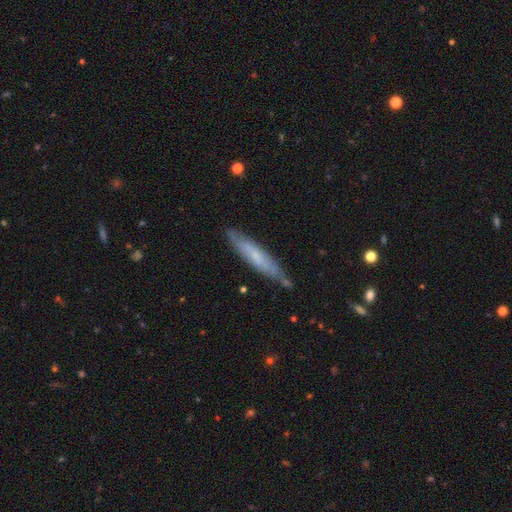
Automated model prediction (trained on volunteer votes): This appears to be a smooth galaxy with no disk features (51%) that is cigar-shaped (90%). Merging: none (78%).